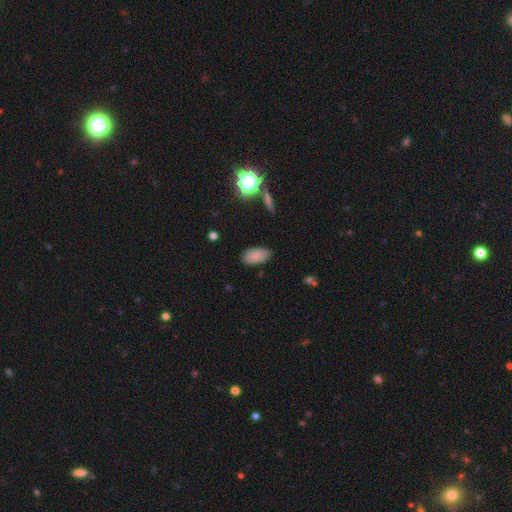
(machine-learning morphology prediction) Overall: smooth (84%). How rounded: in between (94%). Merging: none (85%).